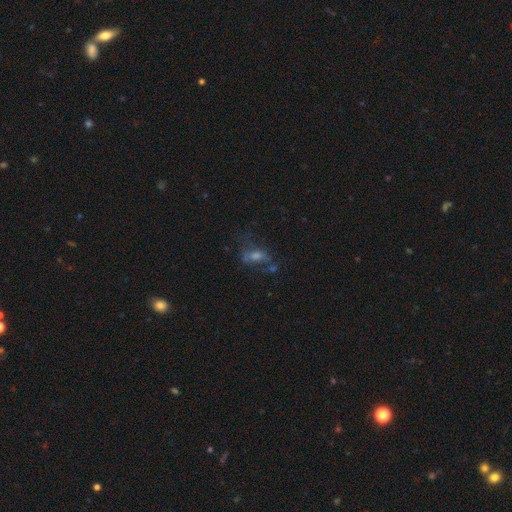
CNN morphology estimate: Smooth or featured? featured or disk (38%)
Merging? none (44%)